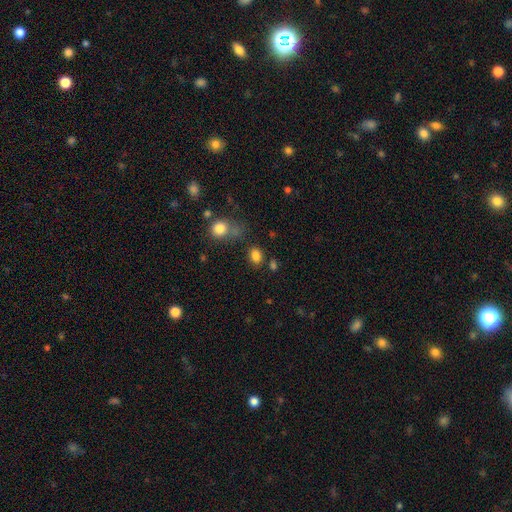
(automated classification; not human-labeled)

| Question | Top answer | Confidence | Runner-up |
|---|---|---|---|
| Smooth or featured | smooth | 82% | star or artifact (13%) |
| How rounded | in between | 62% | round (37%) |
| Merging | none | 73% | minor disturbance (12%) |